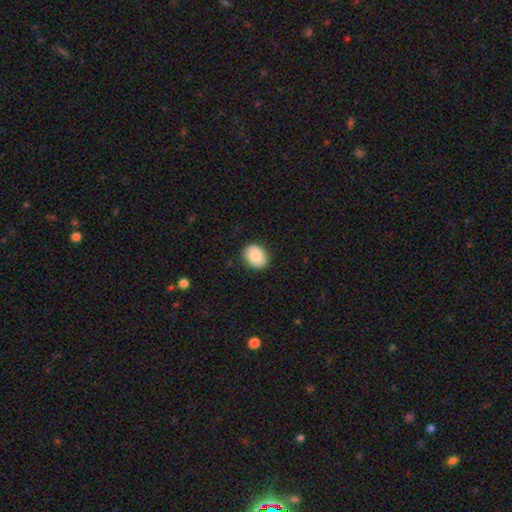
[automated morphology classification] Q: Smooth or featured?
A: smooth (85%); runner-up: featured or disk (8%)
Q: How rounded?
A: in between (59%); runner-up: round (40%)
Q: Merging?
A: none (86%); runner-up: minor disturbance (11%)